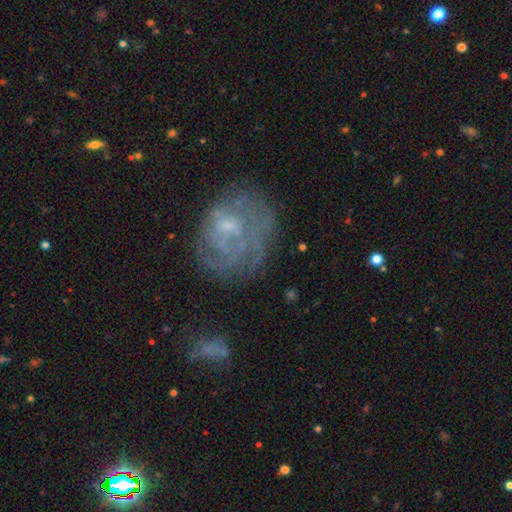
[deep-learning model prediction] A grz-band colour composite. It shows a featured or disk galaxy (64%) with no bar (69%), spiral arms (61%) and a small central bulge (58%). Merging: none (54%).